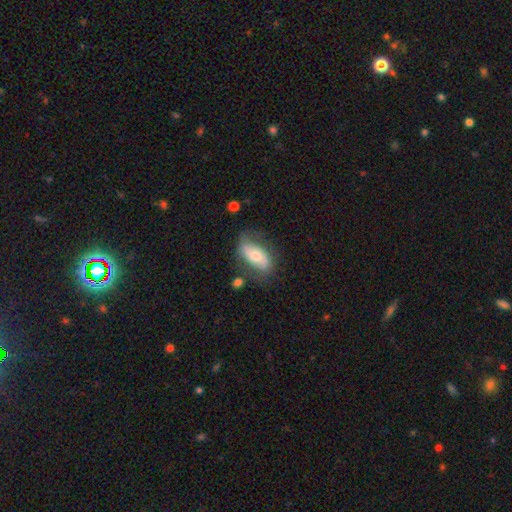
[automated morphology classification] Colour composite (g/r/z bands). It shows a smooth galaxy with no disk features (51%) that is in between round and cigar-shaped (87%). Merging: none (62%).